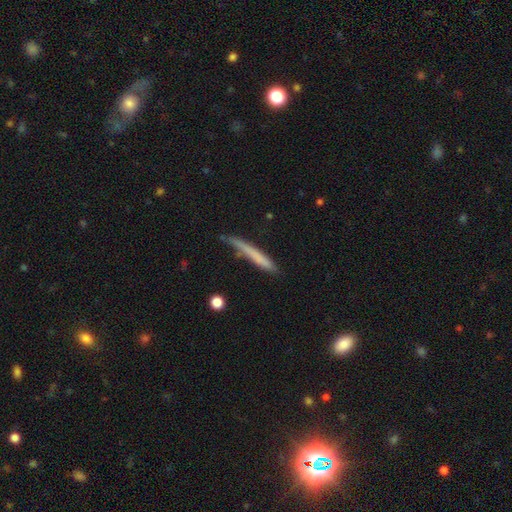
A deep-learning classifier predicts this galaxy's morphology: The model was most divided on "smooth or featured": smooth: 64%, featured or disk: 29%, star or artifact: 7%. More confident: how rounded — cigar-shaped (96%); merging — none (66%).